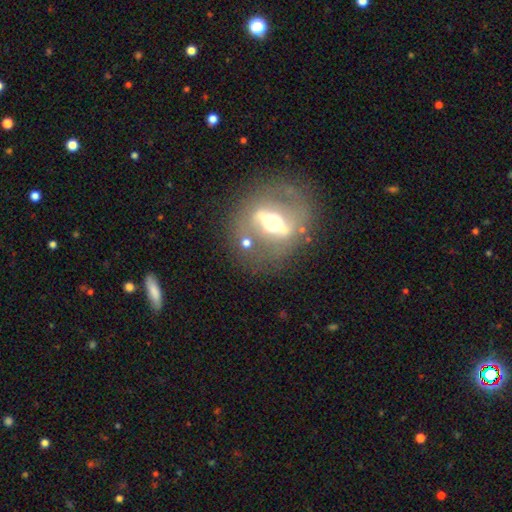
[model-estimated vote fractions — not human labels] smooth-or-featured: featured or disk: 71% | smooth: 19% | star or artifact: 10%
  disk-edge-on: no: 66% | yes: 34%
  merging: none: 72% | minor disturbance: 14% | major disturbance: 9% | merger: 6%